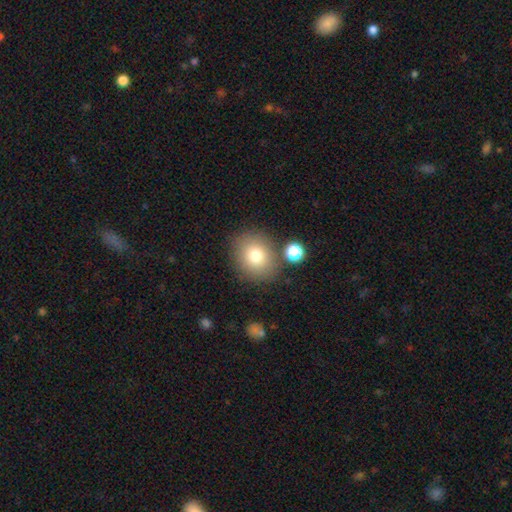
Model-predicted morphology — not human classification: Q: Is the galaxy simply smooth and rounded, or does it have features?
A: smooth — 78%.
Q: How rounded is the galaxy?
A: round — 67%.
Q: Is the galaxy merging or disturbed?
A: none — 78%.